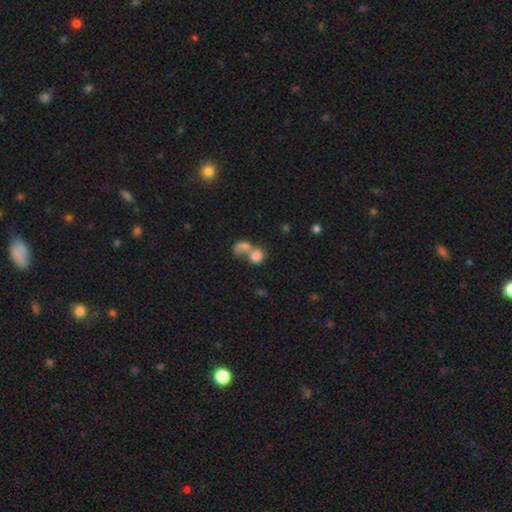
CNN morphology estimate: smooth-or-featured: smooth: 72% | featured or disk: 18% | star or artifact: 10%
  how-rounded: round: 56% | in between: 43% | cigar-shaped: 2%
  merging: merger: 67% | none: 17% | major disturbance: 10% | minor disturbance: 6%